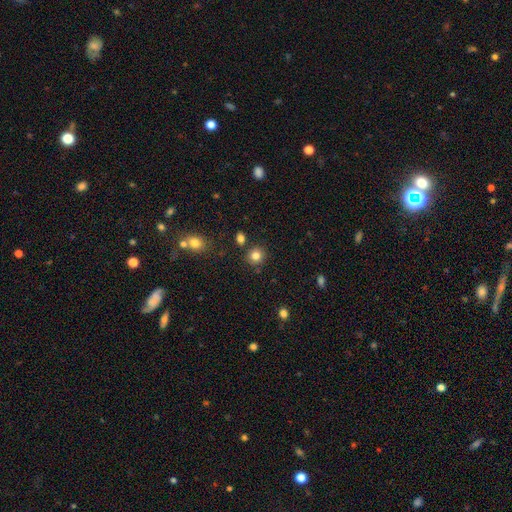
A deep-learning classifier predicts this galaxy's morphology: smooth-or-featured: smooth: 82% | star or artifact: 12% | featured or disk: 6%
  how-rounded: round: 89% | in between: 10% | cigar-shaped: 1%
  merging: none: 85% | minor disturbance: 8% | merger: 5% | major disturbance: 2%